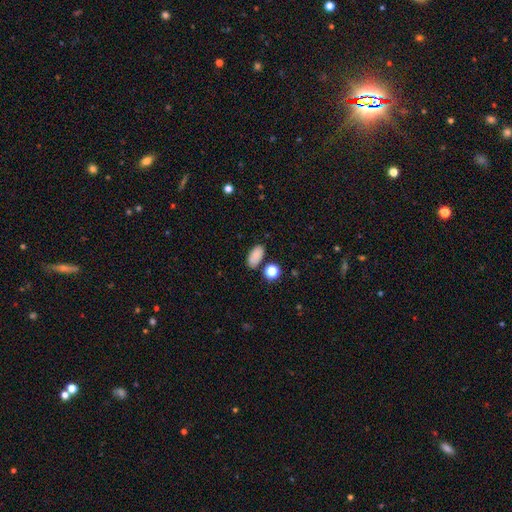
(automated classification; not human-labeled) Smooth or featured?
  - smooth: 84% *
  - star or artifact: 10%
  - featured or disk: 6%
How rounded?
  - in between: 91% *
  - round: 6%
  - cigar-shaped: 4%
Merging?
  - none: 76% *
  - minor disturbance: 13%
  - merger: 8%
  - major disturbance: 4%